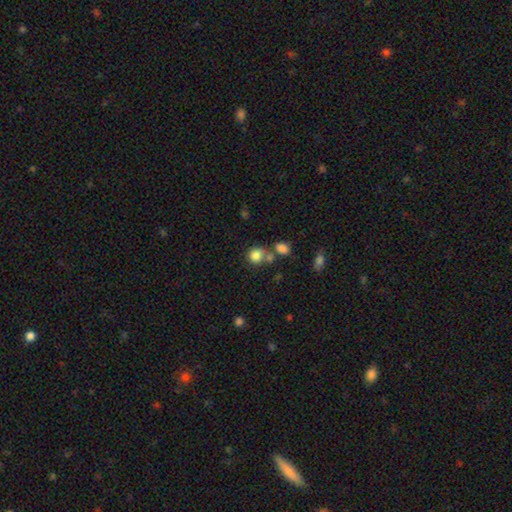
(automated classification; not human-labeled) smooth 82%, star or artifact 11%, featured or disk 8%. Down the decision tree: how rounded — round (78%); merging — none (51%).